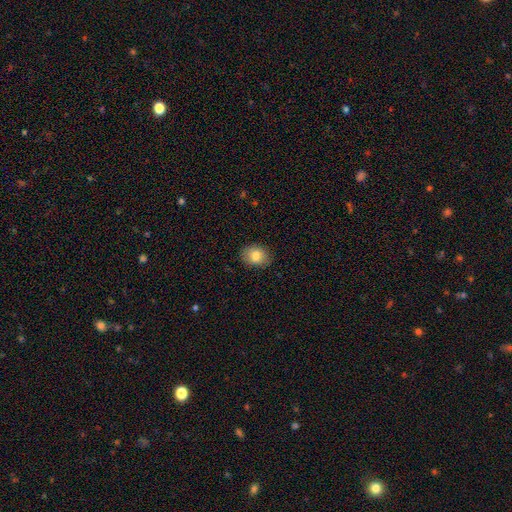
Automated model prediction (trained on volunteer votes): Smooth or featured? smooth (83%)
How rounded? in between (58%)
Merging? none (86%)